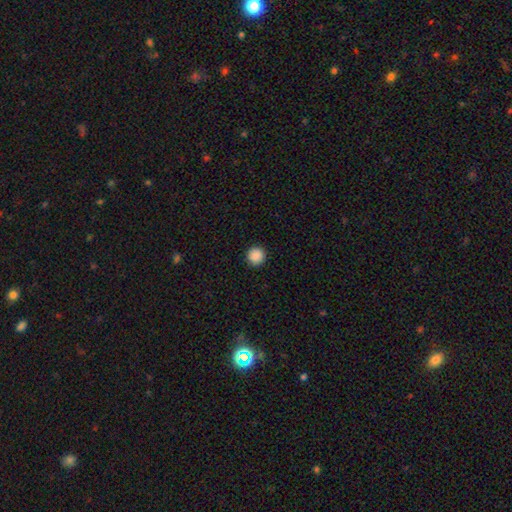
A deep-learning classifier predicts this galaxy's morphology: A smooth galaxy with no disk features (88%) that is round (96%).

Vote fractions:
- Smooth or featured? smooth: 88% / star or artifact: 9% / featured or disk: 2%
- How rounded? round: 96% / in between: 3% / cigar-shaped: 1%
- Merging? none: 93% / minor disturbance: 4% / major disturbance: 2% / merger: 1%